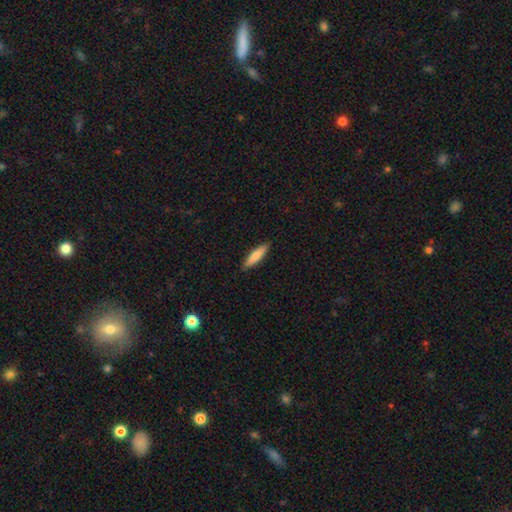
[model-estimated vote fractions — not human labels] Smooth or featured: smooth — 77% (featured or disk — 17%)
How rounded: cigar-shaped — 80% (in between — 19%)
Merging: none — 90% (minor disturbance — 7%)